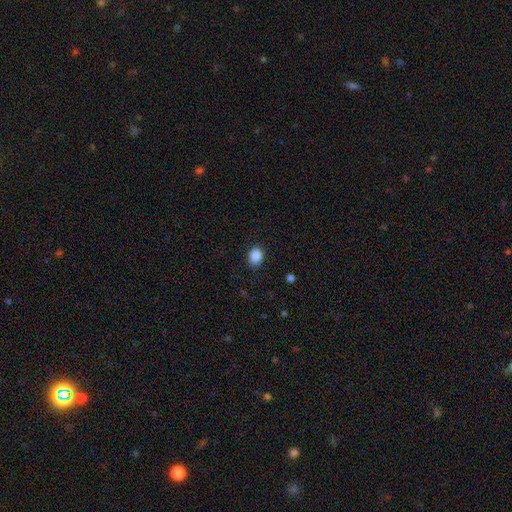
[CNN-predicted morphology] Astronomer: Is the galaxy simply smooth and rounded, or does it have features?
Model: smooth — 86%.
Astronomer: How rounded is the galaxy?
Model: in between — 51% (runner-up: round, 48%).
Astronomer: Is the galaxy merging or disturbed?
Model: none — 86%.